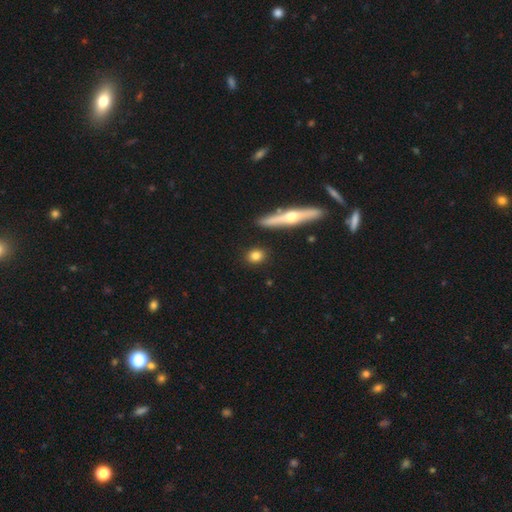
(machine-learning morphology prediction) smooth-or-featured: smooth: 79% | featured or disk: 13% | star or artifact: 8%
  how-rounded: round: 64% | in between: 29% | cigar-shaped: 7%
  merging: none: 89% | minor disturbance: 7% | merger: 2% | major disturbance: 2%